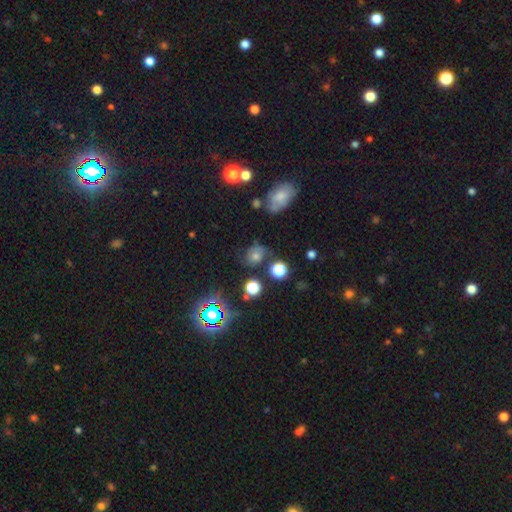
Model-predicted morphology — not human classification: Q: Smooth or featured?
A: smooth (50%); runner-up: star or artifact (29%)
Q: Merging?
A: none (63%); runner-up: minor disturbance (20%)